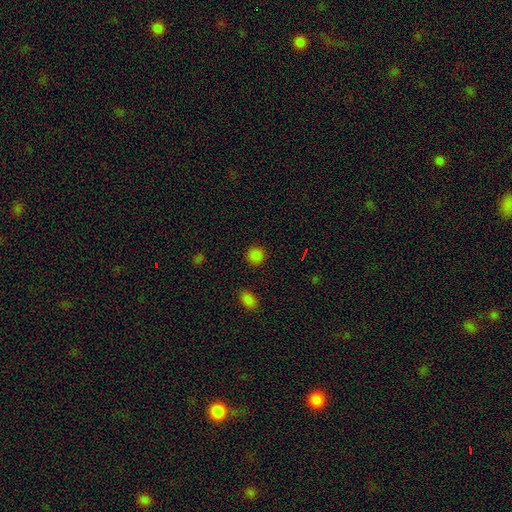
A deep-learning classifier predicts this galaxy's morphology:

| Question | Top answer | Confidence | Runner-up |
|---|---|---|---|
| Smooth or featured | smooth | 82% | star or artifact (15%) |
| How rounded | round | 91% | in between (8%) |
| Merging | none | 89% | minor disturbance (6%) |